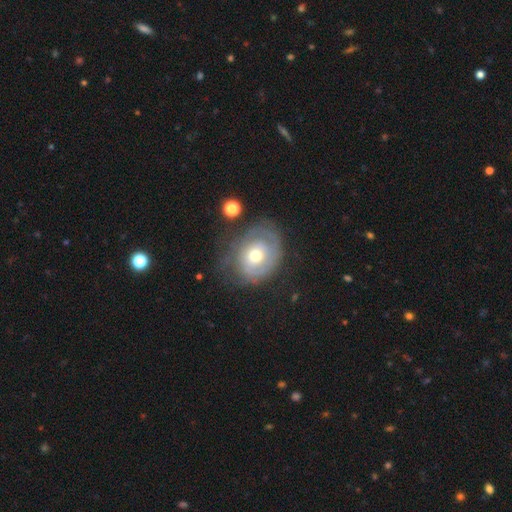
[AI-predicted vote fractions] A featured or disk galaxy (58%) with no bar (83%), spiral arms (59%) and a moderate central bulge (64%). Merging: none (55%).